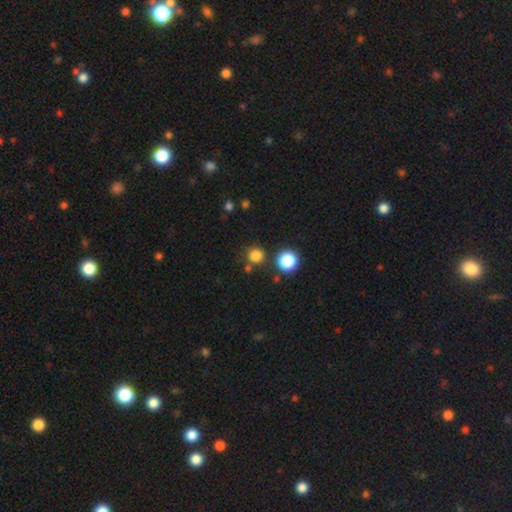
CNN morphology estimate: The model was most divided on "smooth or featured": smooth: 80%, star or artifact: 16%, featured or disk: 4%. More confident: how rounded — round (92%); merging — none (80%).